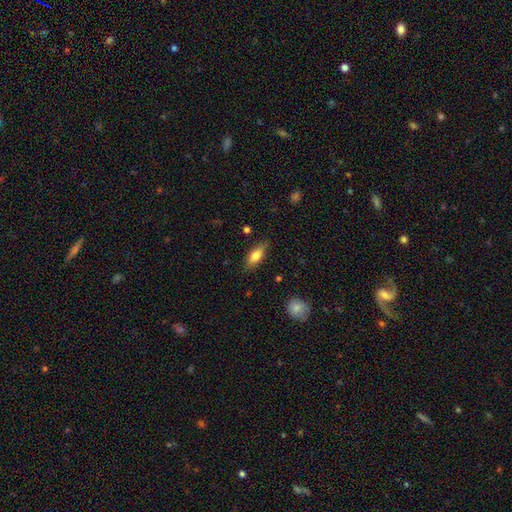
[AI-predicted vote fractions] smooth 71%, featured or disk 22%, star or artifact 7%. Down the decision tree: how rounded — in between (71%); merging — none (83%).